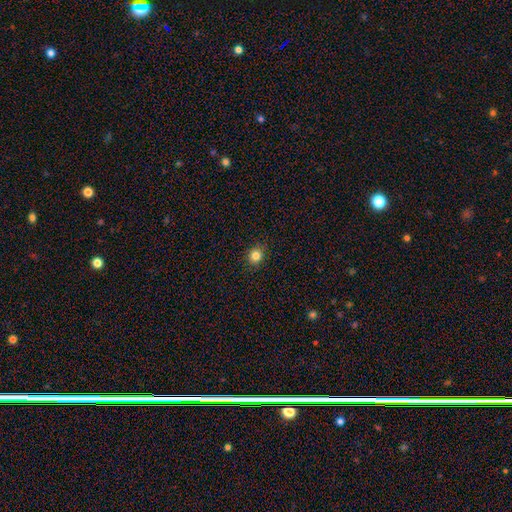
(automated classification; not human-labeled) Morphology: type=smooth (83%); roundness=round (83%); merging=none (90%).